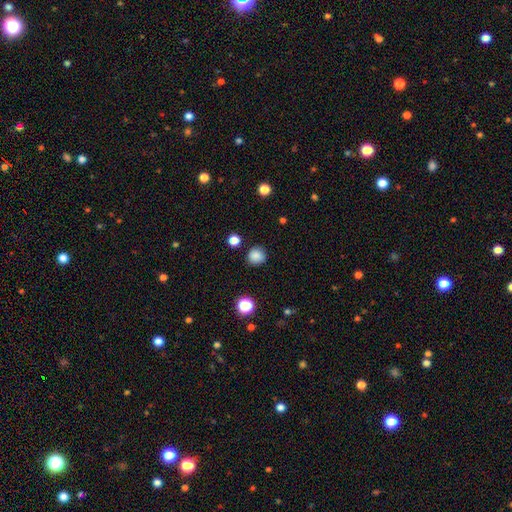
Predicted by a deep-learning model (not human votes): Morphology: type=smooth (85%); roundness=round (91%); merging=none (88%).